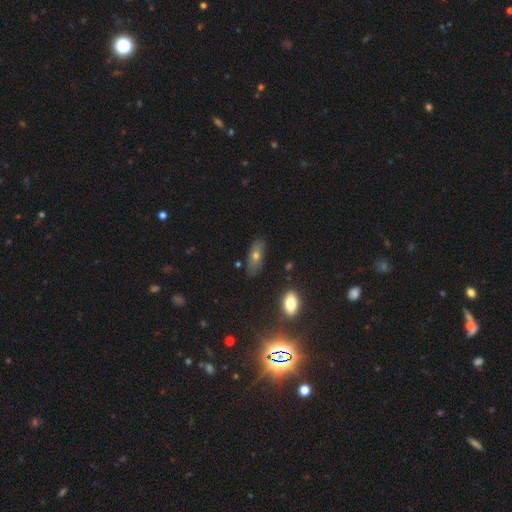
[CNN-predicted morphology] A smooth galaxy with no disk features (61%) that is in between round and cigar-shaped (69%).

Vote fractions:
- Smooth or featured? smooth: 61% / featured or disk: 27% / star or artifact: 12%
- How rounded? in between: 69% / cigar-shaped: 26% / round: 6%
- Merging? none: 81% / minor disturbance: 13% / major disturbance: 3% / merger: 2%